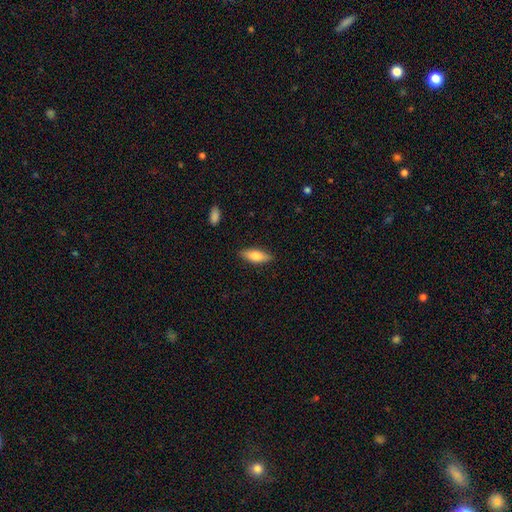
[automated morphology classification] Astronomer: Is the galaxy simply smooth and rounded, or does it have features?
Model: smooth — 75%.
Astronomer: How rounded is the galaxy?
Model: in between — 65%.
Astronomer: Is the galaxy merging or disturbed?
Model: none — 86%.